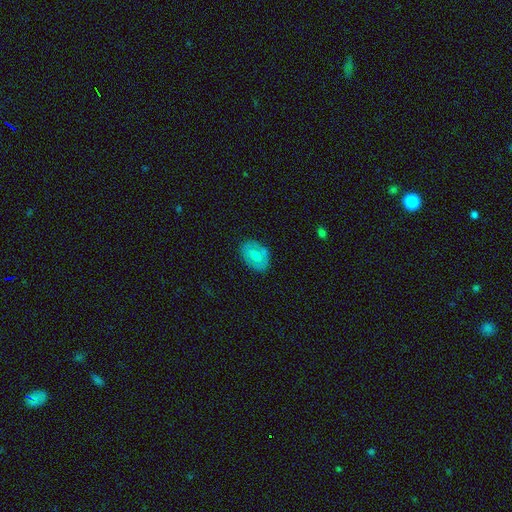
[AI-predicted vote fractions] The model was most divided on "smooth or featured": smooth: 58%, featured or disk: 35%, star or artifact: 7%. More confident: how rounded — in between (79%); merging — none (78%).